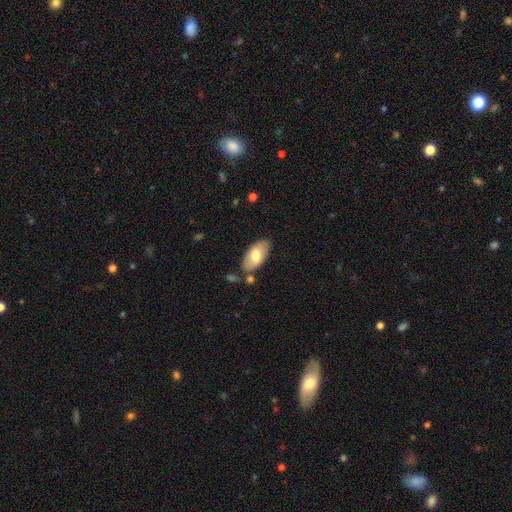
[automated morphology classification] This appears to be a smooth galaxy with no disk features (73%) that is in between round and cigar-shaped (93%). Merging: none (76%).